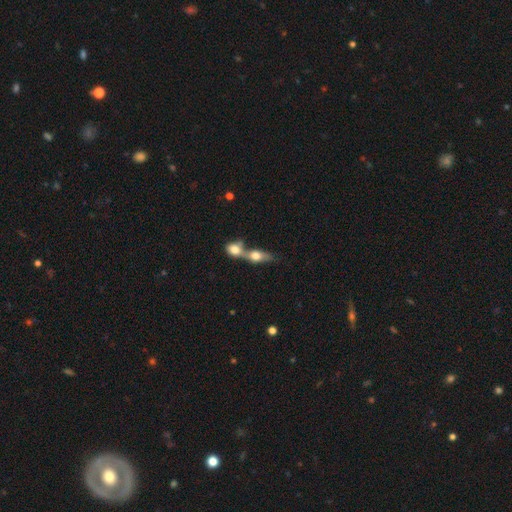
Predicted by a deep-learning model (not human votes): Smooth or featured?
  - smooth: 61% *
  - featured or disk: 31%
  - star or artifact: 8%
How rounded?
  - in between: 60% *
  - round: 21%
  - cigar-shaped: 18%
Merging?
  - merger: 74% *
  - none: 17%
  - minor disturbance: 5%
  - major disturbance: 4%